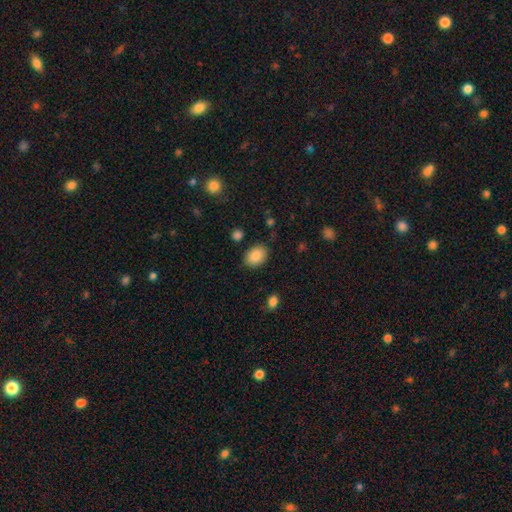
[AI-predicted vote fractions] Q: Smooth or featured?
A: smooth (88%); runner-up: star or artifact (8%)
Q: How rounded?
A: in between (70%); runner-up: round (29%)
Q: Merging?
A: none (83%); runner-up: minor disturbance (12%)